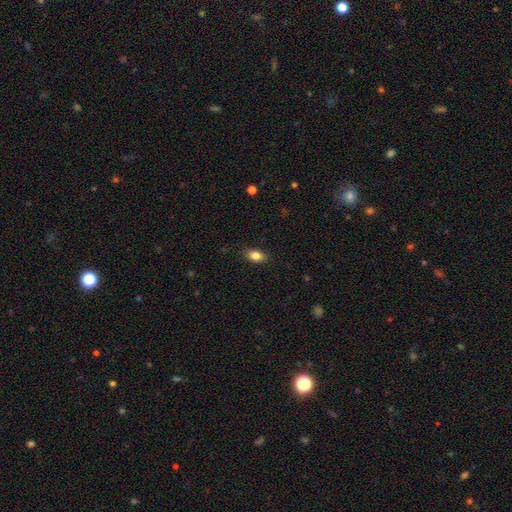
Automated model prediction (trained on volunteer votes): Smooth or featured?
  - smooth: 84% *
  - star or artifact: 9%
  - featured or disk: 7%
How rounded?
  - in between: 85% *
  - round: 12%
  - cigar-shaped: 3%
Merging?
  - none: 85% *
  - minor disturbance: 11%
  - major disturbance: 2%
  - merger: 1%